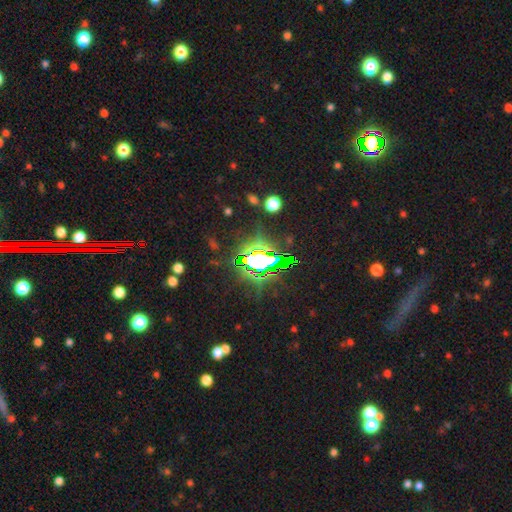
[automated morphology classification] smooth_or_featured: star or artifact (p=0.82) [alt: smooth p=0.09]